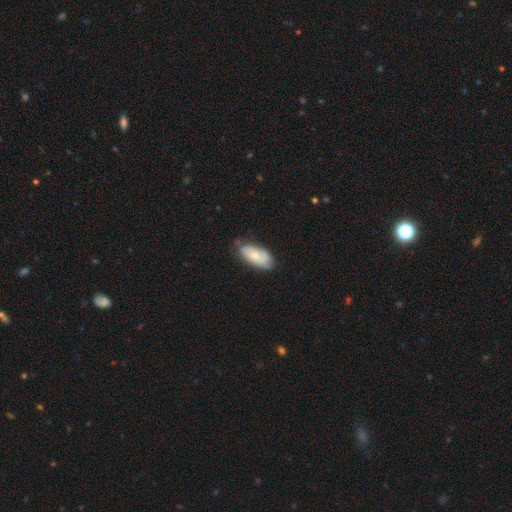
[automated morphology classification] type=smooth (56%); roundness=in between (91%); merging=none (65%).